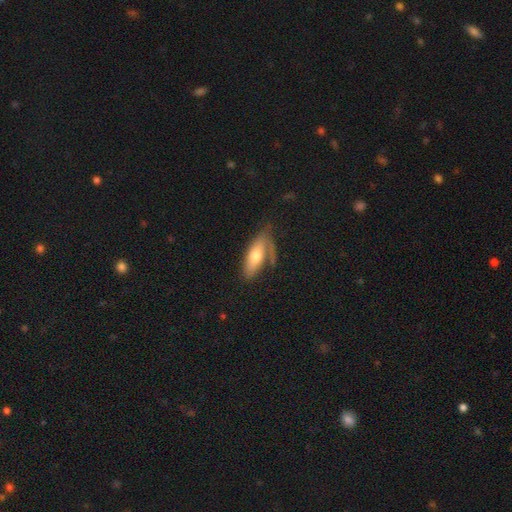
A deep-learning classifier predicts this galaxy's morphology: Smooth or featured?
  - smooth: 62% *
  - featured or disk: 32%
  - star or artifact: 6%
How rounded?
  - in between: 75% *
  - cigar-shaped: 22%
  - round: 3%
Merging?
  - none: 50% *
  - minor disturbance: 25%
  - major disturbance: 17%
  - merger: 8%